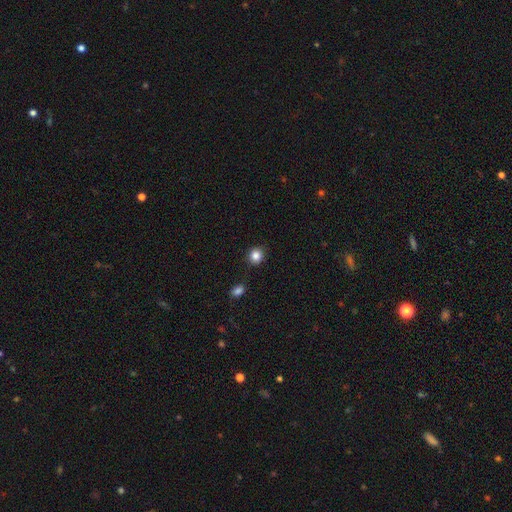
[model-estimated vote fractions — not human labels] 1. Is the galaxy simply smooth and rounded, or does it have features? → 84% smooth, 11% star or artifact, 5% featured or disk.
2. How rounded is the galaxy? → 84% round, 15% in between, 1% cigar-shaped.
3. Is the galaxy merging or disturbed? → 87% none, 9% minor disturbance, 2% merger, 2% major disturbance.